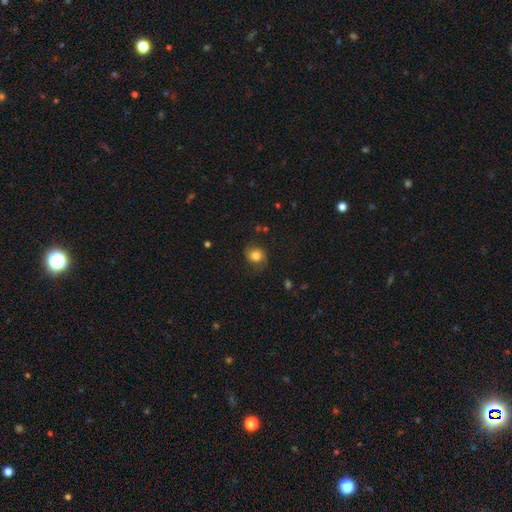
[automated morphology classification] Q: Smooth or featured?
A: smooth (71%); runner-up: featured or disk (19%)
Q: How rounded?
A: round (75%); runner-up: in between (25%)
Q: Merging?
A: none (72%); runner-up: minor disturbance (19%)